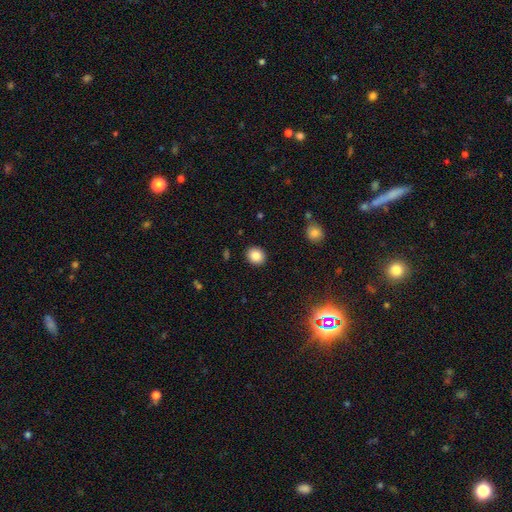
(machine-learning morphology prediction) Smooth or featured? Predicted: smooth (p=0.86). How rounded? Predicted: round (p=0.70). Merging? Predicted: none (p=0.91).